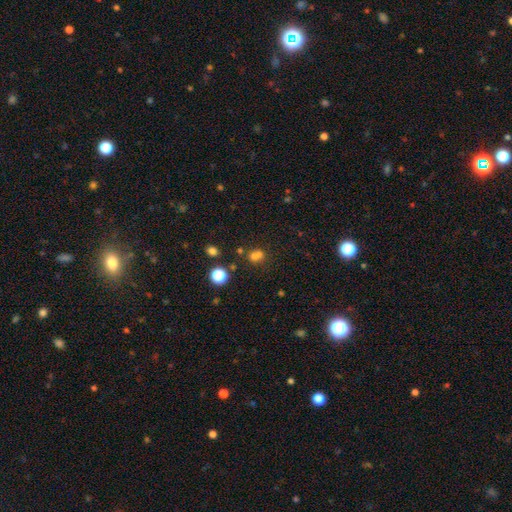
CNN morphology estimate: smooth 65%, star or artifact 24%, featured or disk 11%. Down the decision tree: how rounded — round (68%); merging — merger (43%).